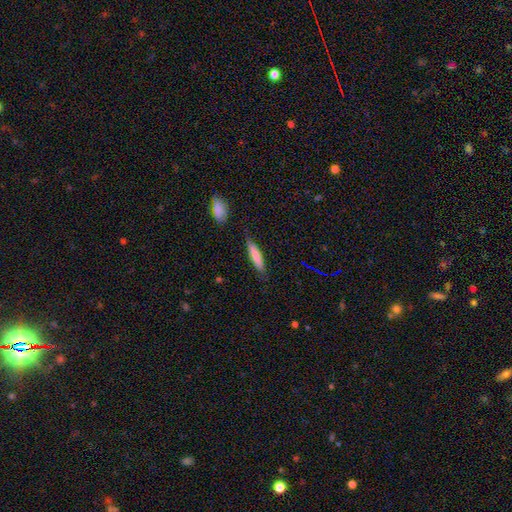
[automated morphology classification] type=smooth (76%); roundness=cigar-shaped (84%); merging=none (81%).